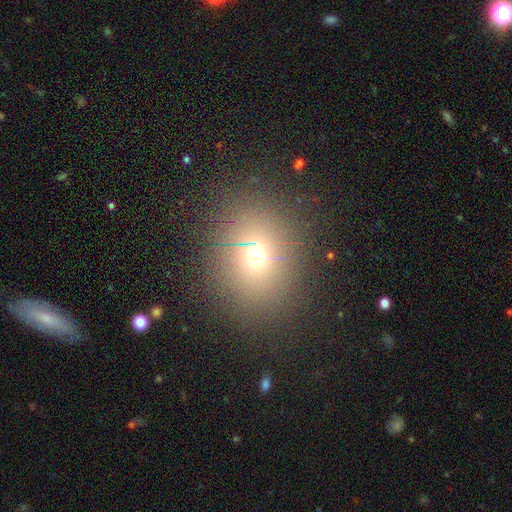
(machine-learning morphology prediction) Smooth or featured? smooth (67%)
How rounded? round (65%)
Merging? none (85%)